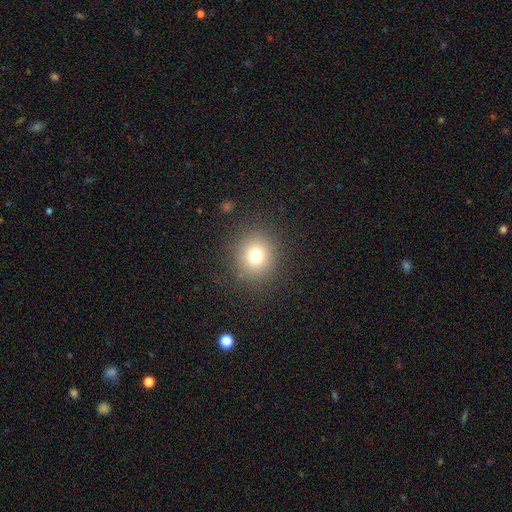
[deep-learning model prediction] A smooth galaxy with no disk features (74%) that is round (89%). Merging: none (87%).